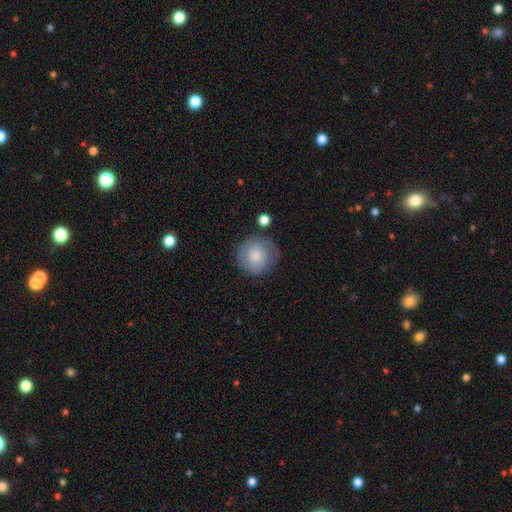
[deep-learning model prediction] Overall: smooth (71%). How rounded: round (92%). Merging: none (70%).